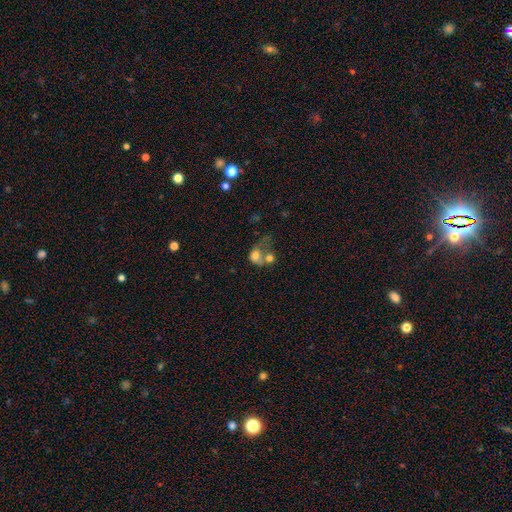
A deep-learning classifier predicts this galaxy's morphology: This appears to be a smooth galaxy with no disk features (64%) that is round (53%). Merging: merger (62%).